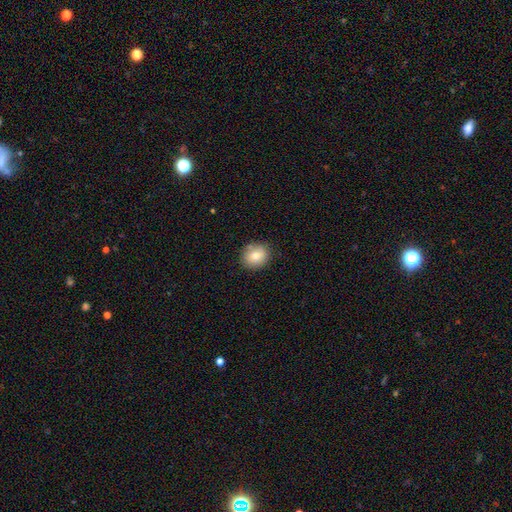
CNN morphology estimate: Smooth or featured? smooth (80%)
How rounded? round (65%)
Merging? none (84%)